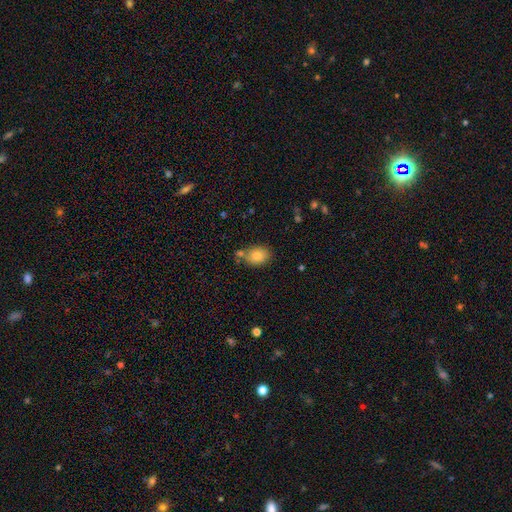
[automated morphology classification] Smooth or featured? smooth (80%)
How rounded? in between (67%)
Merging? none (69%)